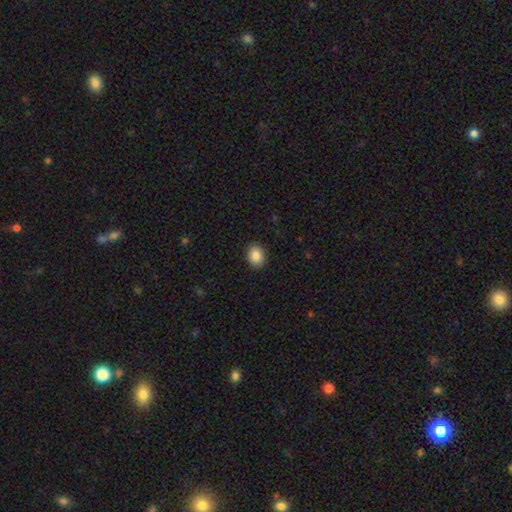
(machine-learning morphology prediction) smooth 87%, star or artifact 8%, featured or disk 5%. Down the decision tree: how rounded — in between (50%); merging — none (90%).